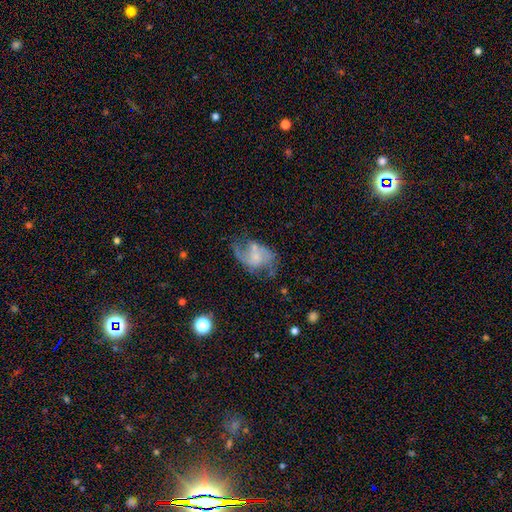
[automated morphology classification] Smooth or featured? featured or disk (75%)
Edge-on disk? no (98%)
Bar? no (51%)
Spiral arms? yes (88%)
Spiral winding? loose (48%)
Spiral arm count? 2 (82%)
Bulge size? none (37%)
Merging? none (48%)